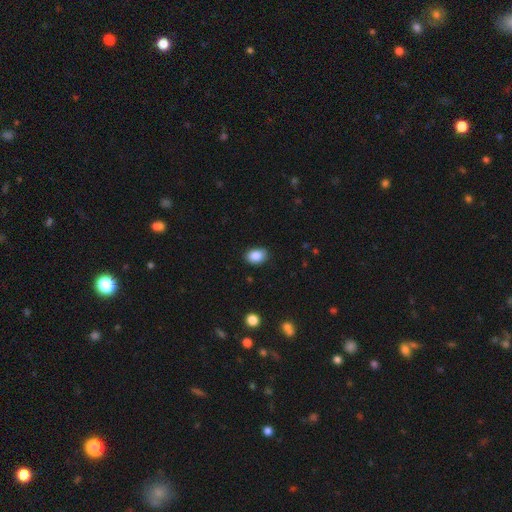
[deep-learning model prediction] smooth-or-featured: smooth: 88% | star or artifact: 8% | featured or disk: 4%
  how-rounded: in between: 77% | round: 22% | cigar-shaped: 1%
  merging: none: 85% | minor disturbance: 11% | major disturbance: 2% | merger: 1%